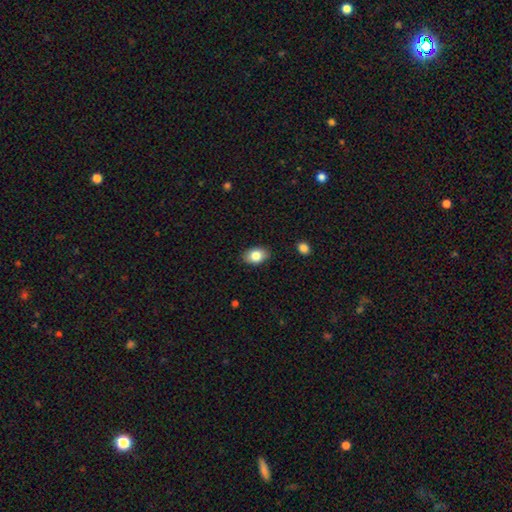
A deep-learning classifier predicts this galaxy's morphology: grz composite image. It shows a smooth galaxy with no disk features (83%) that is in between round and cigar-shaped (84%). Merging: none (87%).